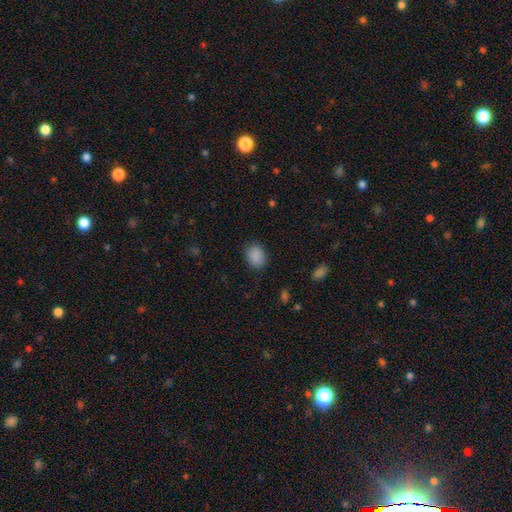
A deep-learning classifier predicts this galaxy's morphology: Smooth or featured: smooth — 88% (star or artifact — 9%)
How rounded: in between — 58% (round — 41%)
Merging: none — 84% (minor disturbance — 12%)